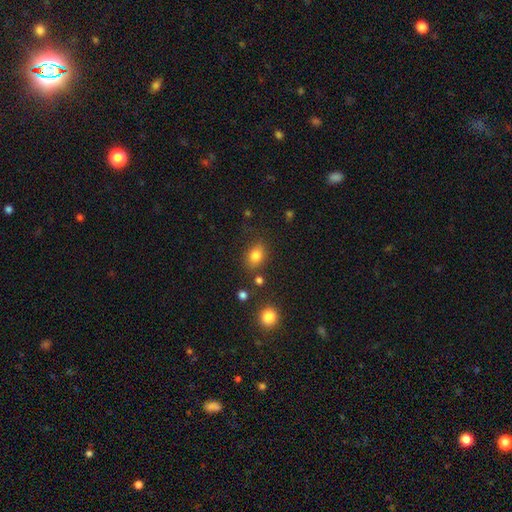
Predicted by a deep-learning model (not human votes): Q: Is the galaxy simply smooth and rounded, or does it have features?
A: smooth — 82%.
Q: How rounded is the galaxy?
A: in between — 66%.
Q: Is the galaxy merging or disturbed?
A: none — 76%.